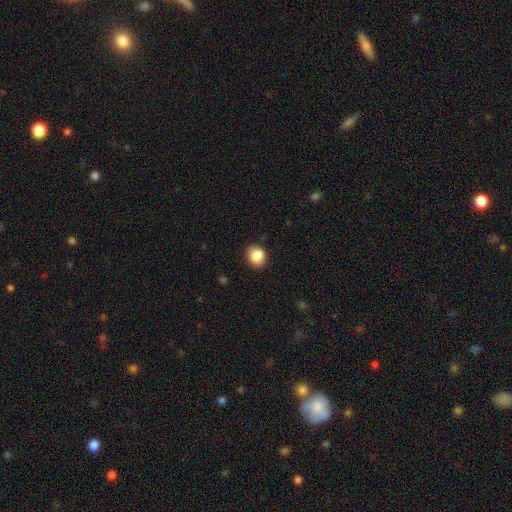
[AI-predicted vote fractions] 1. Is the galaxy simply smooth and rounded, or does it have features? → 86% smooth, 9% star or artifact, 5% featured or disk.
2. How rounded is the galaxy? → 64% round, 35% in between, 1% cigar-shaped.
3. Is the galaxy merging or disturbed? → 80% none, 14% minor disturbance, 3% major disturbance, 2% merger.